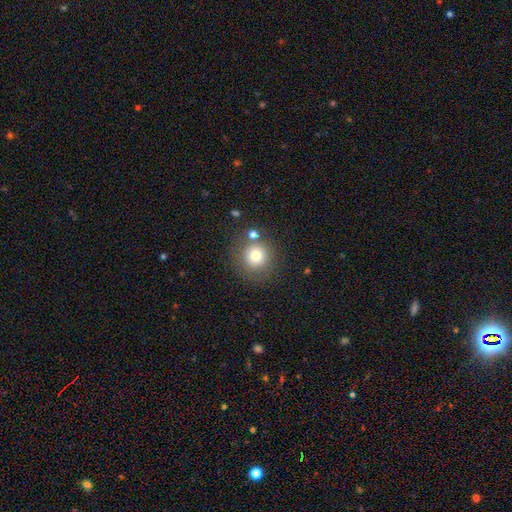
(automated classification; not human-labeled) smooth 75%, star or artifact 13%, featured or disk 12%. Down the decision tree: how rounded — round (93%); merging — none (77%).